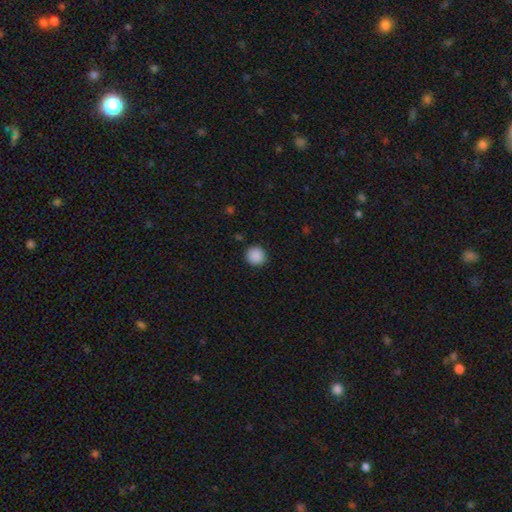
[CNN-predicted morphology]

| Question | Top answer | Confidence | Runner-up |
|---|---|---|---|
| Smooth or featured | smooth | 89% | star or artifact (9%) |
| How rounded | round | 94% | in between (5%) |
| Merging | none | 91% | minor disturbance (6%) |